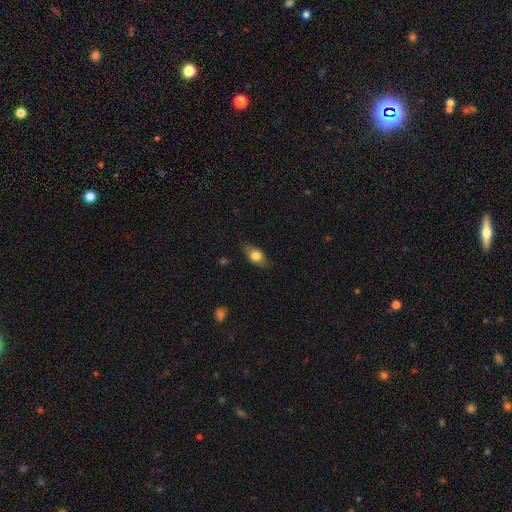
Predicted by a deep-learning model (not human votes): Smooth or featured? Predicted: smooth (p=0.73). How rounded? Predicted: in between (p=0.81). Merging? Predicted: none (p=0.79).